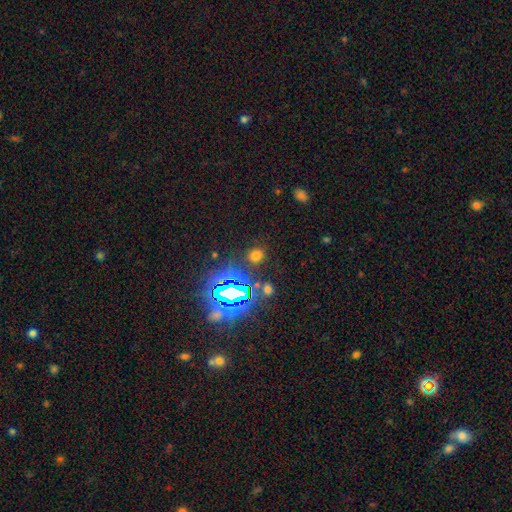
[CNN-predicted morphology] Smooth or featured? smooth (58%)
How rounded? round (77%)
Merging? none (85%)